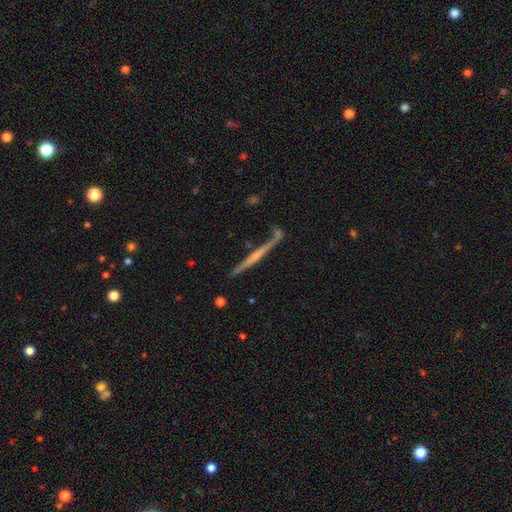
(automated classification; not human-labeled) Smooth or featured? featured or disk (66%)
Edge-on disk? yes (97%)
Edge-on bulge? none (55%)
Merging? none (76%)